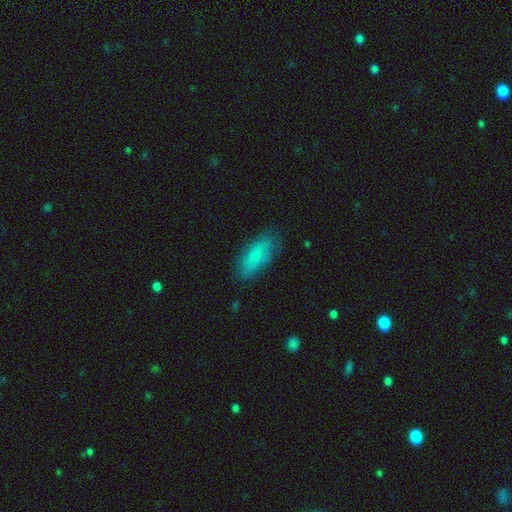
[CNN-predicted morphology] smooth 79%, featured or disk 14%, star or artifact 7%. Down the decision tree: how rounded — in between (77%); merging — none (79%).